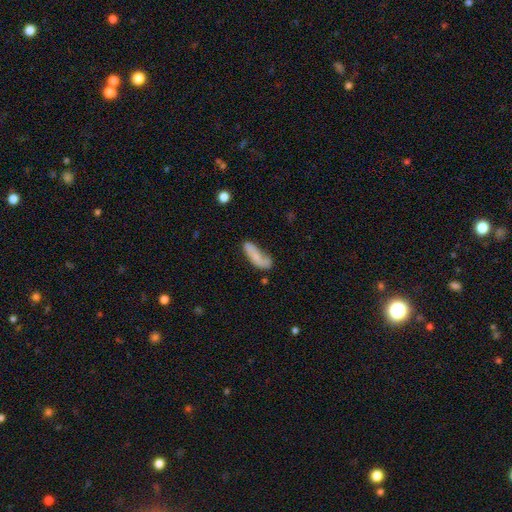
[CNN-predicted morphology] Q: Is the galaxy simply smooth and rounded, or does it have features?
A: smooth — 62%.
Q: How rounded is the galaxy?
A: in between — 62%.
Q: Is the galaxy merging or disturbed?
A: none — 44%.